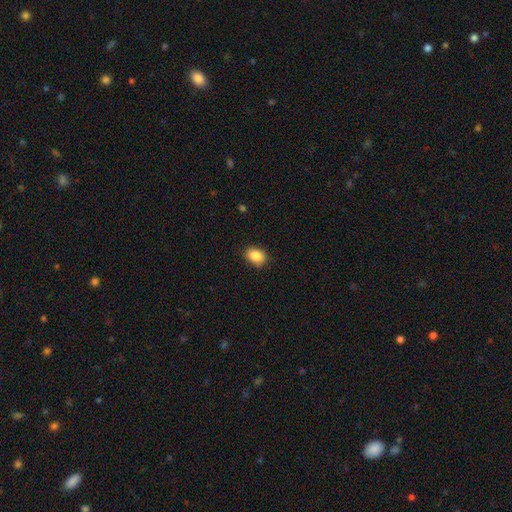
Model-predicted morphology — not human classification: This is clearly a smooth galaxy (88%). How rounded: likely in between (67%). Merging: clearly none (83%).